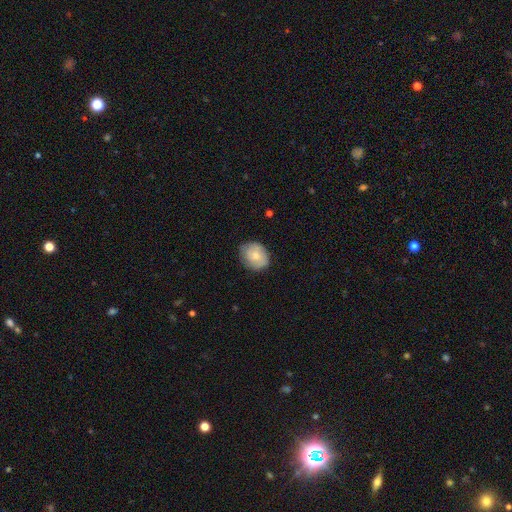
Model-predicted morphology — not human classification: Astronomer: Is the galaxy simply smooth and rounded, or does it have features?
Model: smooth — 65%.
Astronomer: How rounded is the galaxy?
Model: round — 58% (runner-up: in between, 41%).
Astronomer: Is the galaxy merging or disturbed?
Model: none — 72%.